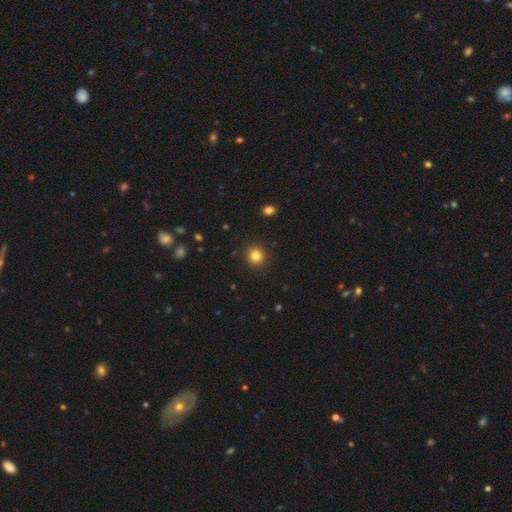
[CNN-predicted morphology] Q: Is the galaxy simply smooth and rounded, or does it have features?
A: smooth — 82%.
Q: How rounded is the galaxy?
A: round — 93%.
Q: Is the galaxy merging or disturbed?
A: none — 92%.